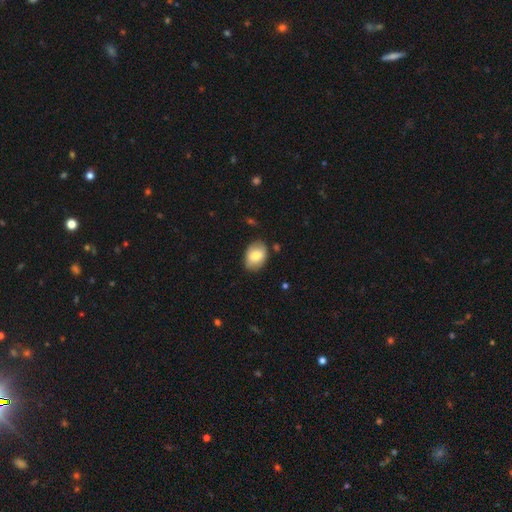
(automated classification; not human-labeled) smooth-or-featured: smooth: 76% | featured or disk: 17% | star or artifact: 7%
  how-rounded: in between: 79% | round: 20% | cigar-shaped: 1%
  merging: none: 80% | minor disturbance: 15% | major disturbance: 3% | merger: 2%